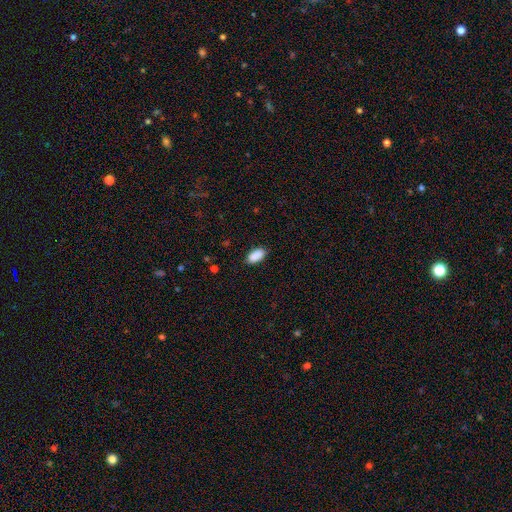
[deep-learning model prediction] This appears to be a smooth galaxy with no disk features (90%) that is in between round and cigar-shaped (92%). Merging: none (85%).